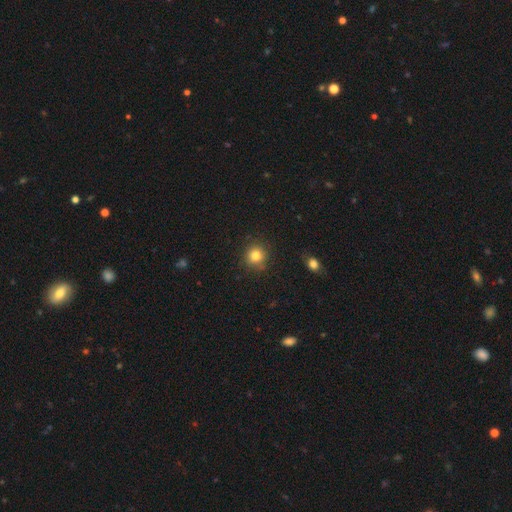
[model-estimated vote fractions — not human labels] Smooth or featured: smooth — 81% (star or artifact — 12%)
How rounded: round — 91% (in between — 8%)
Merging: none — 87% (minor disturbance — 9%)